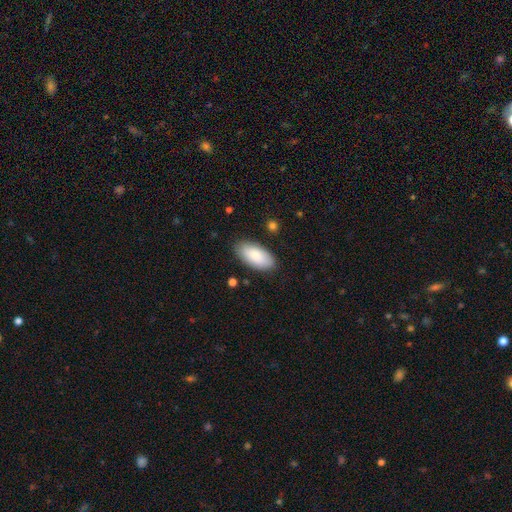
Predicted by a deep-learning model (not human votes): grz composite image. It shows a smooth galaxy with no disk features (84%) that is in between round and cigar-shaped (94%). Merging: none (85%).